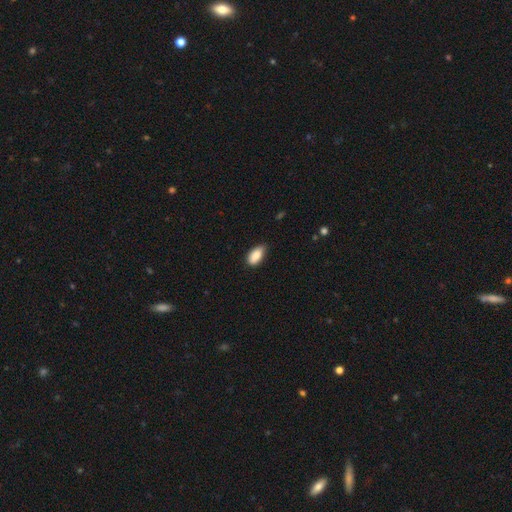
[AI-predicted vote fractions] Smooth or featured? smooth (88%)
How rounded? in between (92%)
Merging? none (69%)